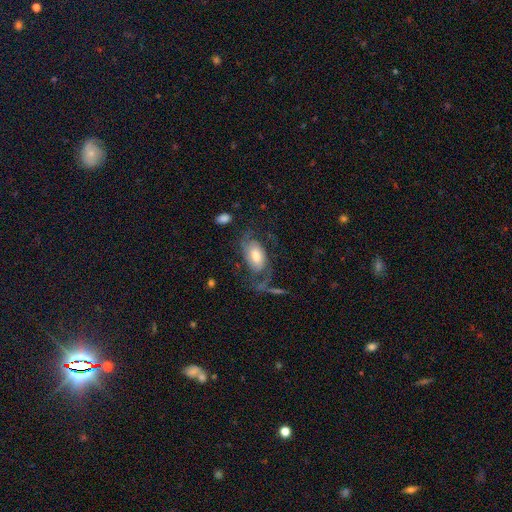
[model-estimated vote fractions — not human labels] Smooth or featured? featured or disk (61%)
Edge-on disk? no (95%)
Bar? no (58%)
Spiral arms? yes (86%)
Bulge size? moderate (50%)
Merging? none (47%)